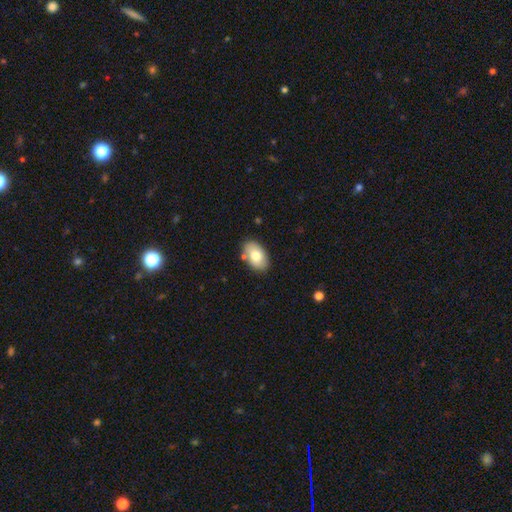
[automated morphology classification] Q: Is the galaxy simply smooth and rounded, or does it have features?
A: smooth — 76%.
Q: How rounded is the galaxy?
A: in between — 91%.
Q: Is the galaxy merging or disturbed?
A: none — 80%.